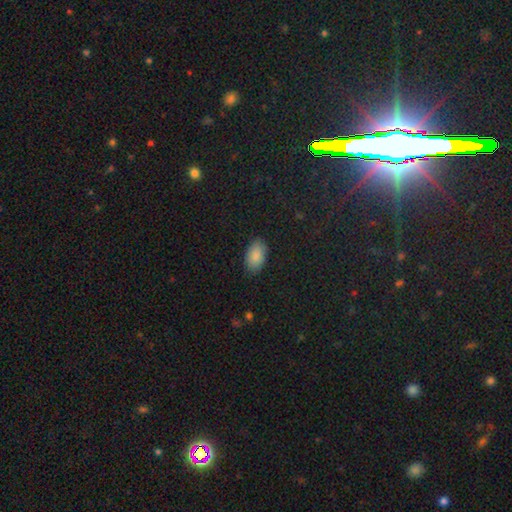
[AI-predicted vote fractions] The model was most divided on "merging": none: 85%, minor disturbance: 11%, major disturbance: 3%, merger: 1%. More confident: how rounded — in between (94%); smooth or featured — smooth (88%).